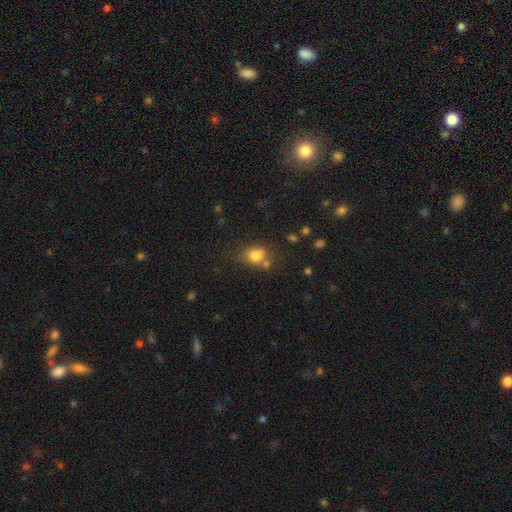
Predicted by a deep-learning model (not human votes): Morphology: type=smooth (77%); roundness=round (55%); merging=none (53%).